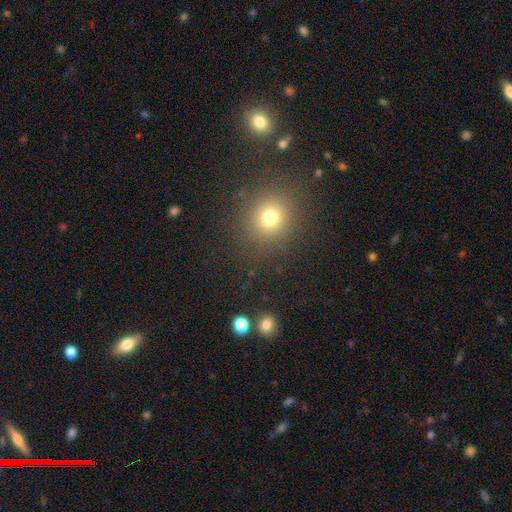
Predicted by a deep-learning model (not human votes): Q: Smooth or featured?
A: smooth (59%); runner-up: star or artifact (34%)
Q: How rounded?
A: round (87%); runner-up: in between (12%)
Q: Merging?
A: none (89%); runner-up: minor disturbance (6%)